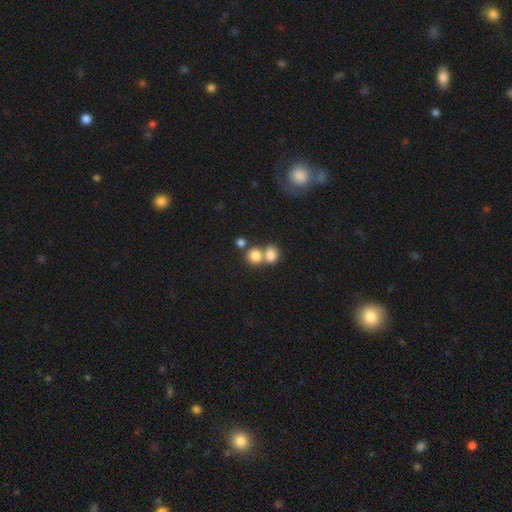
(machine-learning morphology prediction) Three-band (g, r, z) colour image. It shows a smooth galaxy with no disk features (80%) that is round (73%). Merging: merger (53%).